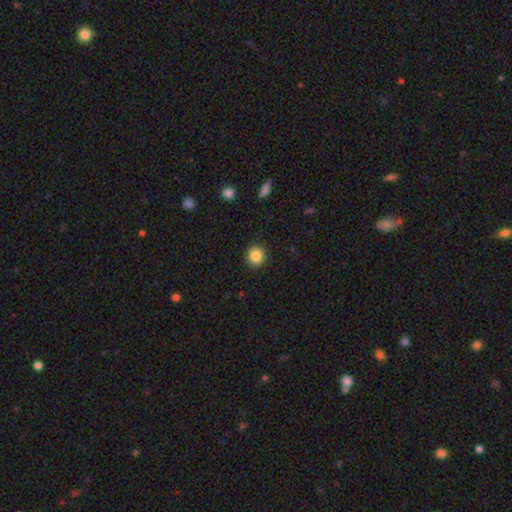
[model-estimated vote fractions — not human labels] Overall: smooth (86%). How rounded: round (90%). Merging: none (91%).